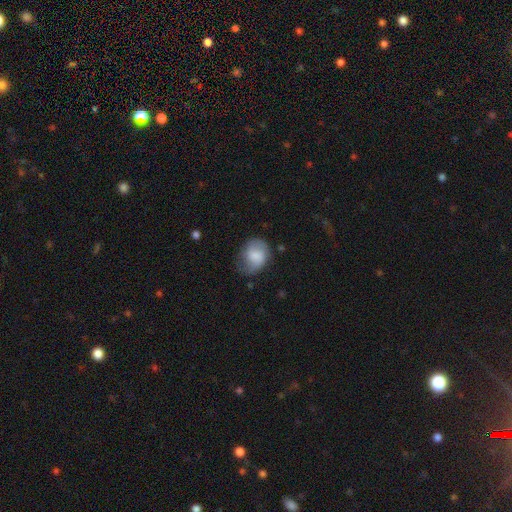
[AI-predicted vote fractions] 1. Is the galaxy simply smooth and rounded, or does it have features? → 61% smooth, 31% featured or disk, 7% star or artifact.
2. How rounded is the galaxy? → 51% round, 48% in between, 1% cigar-shaped.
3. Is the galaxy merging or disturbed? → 54% none, 30% minor disturbance, 13% major disturbance, 2% merger.